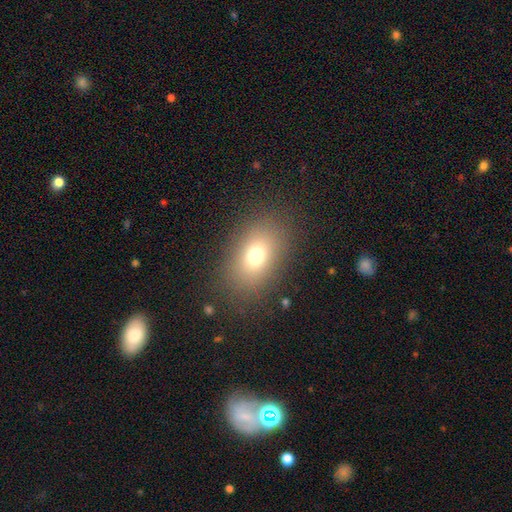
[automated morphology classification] Smooth or featured?
  - smooth: 71% *
  - star or artifact: 16%
  - featured or disk: 13%
How rounded?
  - in between: 73% *
  - round: 26%
  - cigar-shaped: 2%
Merging?
  - none: 83% *
  - minor disturbance: 9%
  - major disturbance: 6%
  - merger: 1%